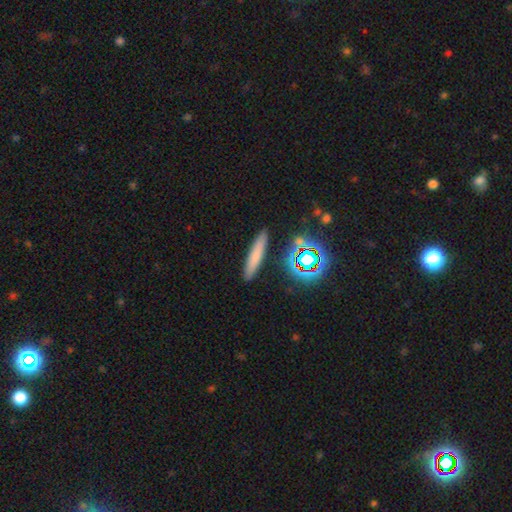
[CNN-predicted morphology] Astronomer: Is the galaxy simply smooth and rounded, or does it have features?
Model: smooth — 68%.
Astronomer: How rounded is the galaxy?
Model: cigar-shaped — 88%.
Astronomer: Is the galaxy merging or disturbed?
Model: none — 89%.